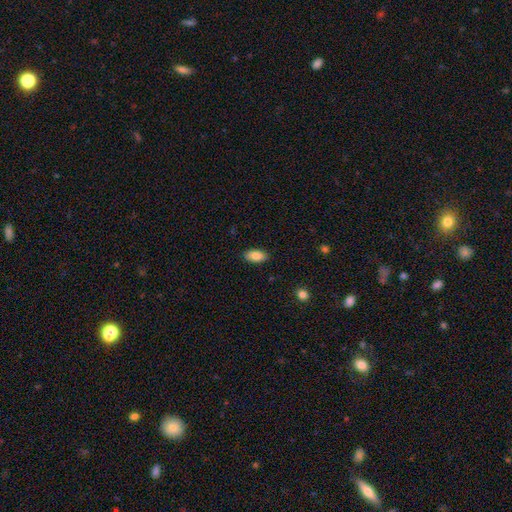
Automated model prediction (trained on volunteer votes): This appears to be a smooth galaxy with no disk features (86%) that is in between round and cigar-shaped (93%). Merging: none (88%).